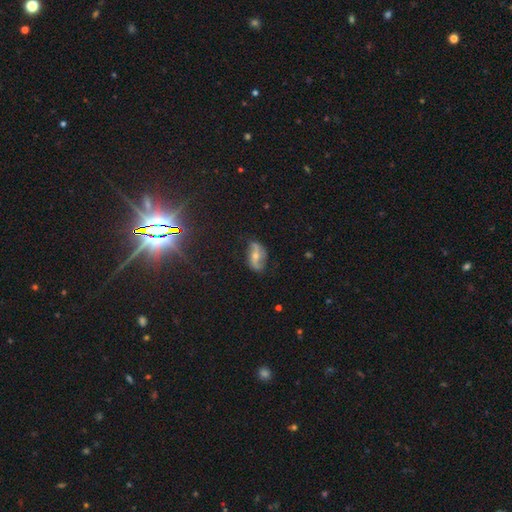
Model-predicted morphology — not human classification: Overall: featured or disk (70%). Edge-on disk: no (92%). Bar: no (38%; strong 31%). Spiral arms: yes (86%). Spiral arm count: 2 (90%). Spiral winding: loose (74%). Bulge size: moderate (52%; small 43%). Merging: none (73%).